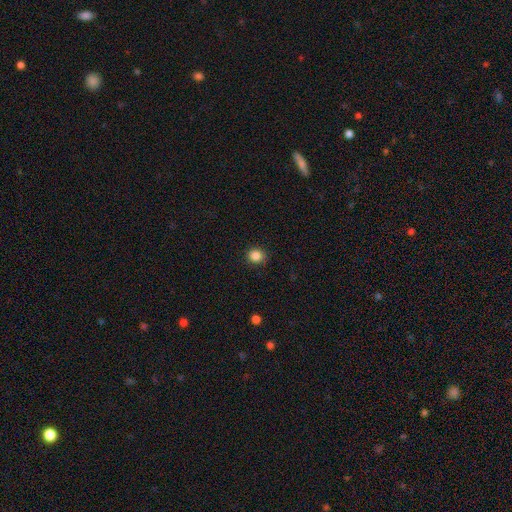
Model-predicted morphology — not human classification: A smooth galaxy with no disk features (86%) that is round (86%). Merging: none (90%).